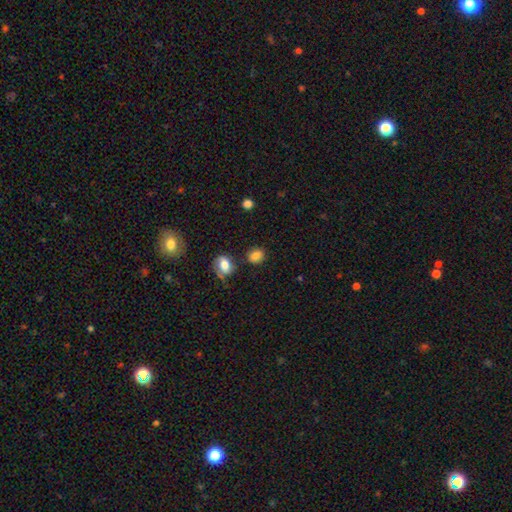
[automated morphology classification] Smooth or featured: smooth — 82% (star or artifact — 10%)
How rounded: round — 56% (in between — 43%)
Merging: none — 74% (minor disturbance — 14%)